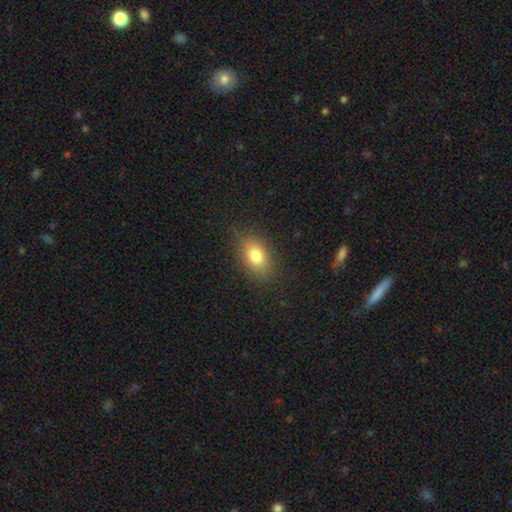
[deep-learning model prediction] This appears to be a smooth galaxy with no disk features (79%) that is in between round and cigar-shaped (82%). Merging: none (81%).